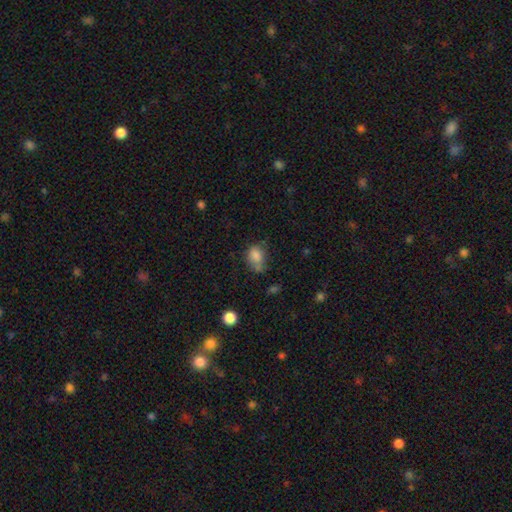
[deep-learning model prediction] A smooth galaxy with no disk features (79%) that is in between round and cigar-shaped (66%). Merging: none (44%).